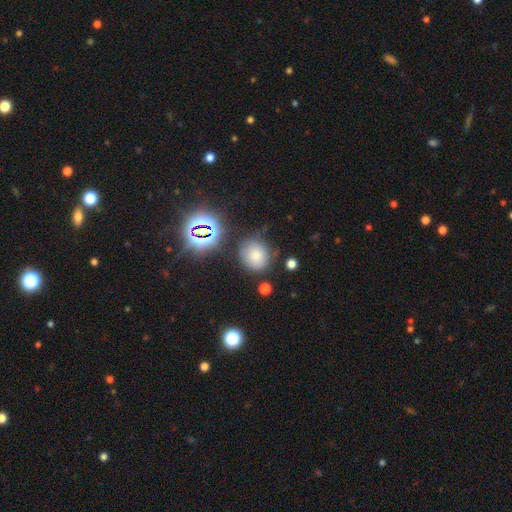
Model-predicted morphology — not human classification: A smooth galaxy with no disk features (71%) that is round (77%). Merging: none (72%).